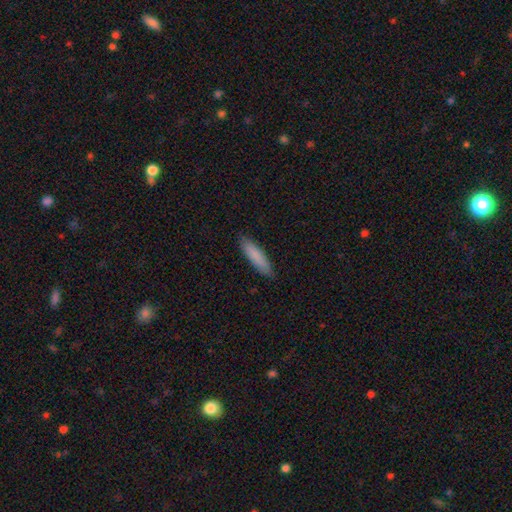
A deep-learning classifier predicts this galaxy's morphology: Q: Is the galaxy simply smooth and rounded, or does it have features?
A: smooth — 85%.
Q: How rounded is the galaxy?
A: cigar-shaped — 74%.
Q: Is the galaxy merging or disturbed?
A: none — 88%.